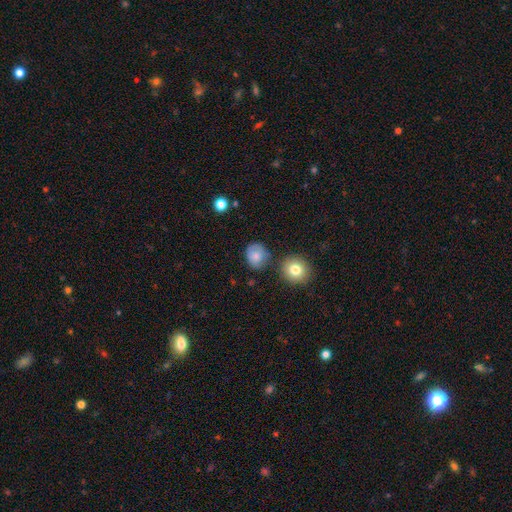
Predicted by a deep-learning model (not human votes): Smooth or featured? smooth (78%)
How rounded? round (79%)
Merging? none (71%)